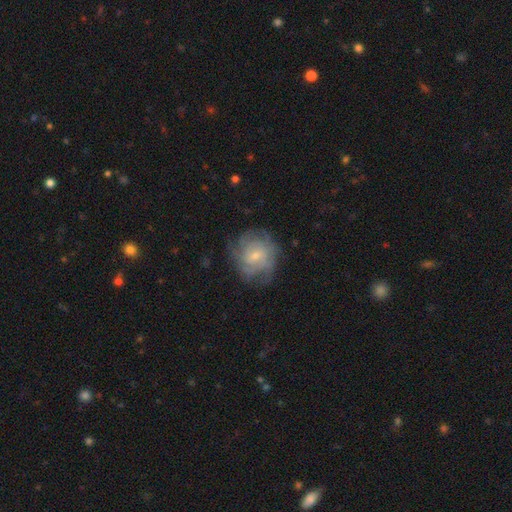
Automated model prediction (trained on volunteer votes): This appears to be a featured or disk galaxy (65%) with no bar (66%), tight (55%) spiral arms (84%) and a small central bulge (68%). Merging: none (68%).